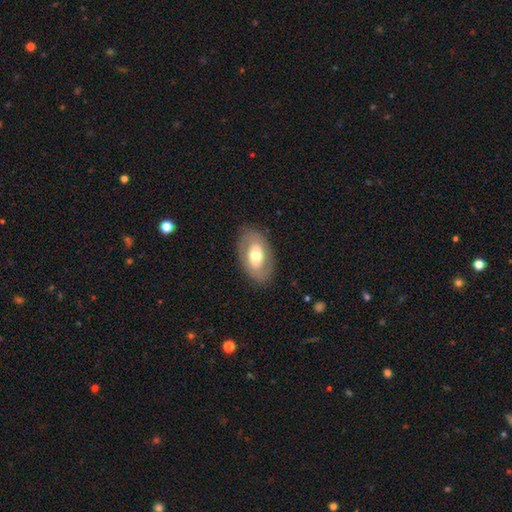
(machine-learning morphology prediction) Smooth or featured?
  - featured or disk: 49% *
  - smooth: 45%
  - star or artifact: 6%
Merging?
  - none: 82% *
  - minor disturbance: 12%
  - major disturbance: 5%
  - merger: 1%